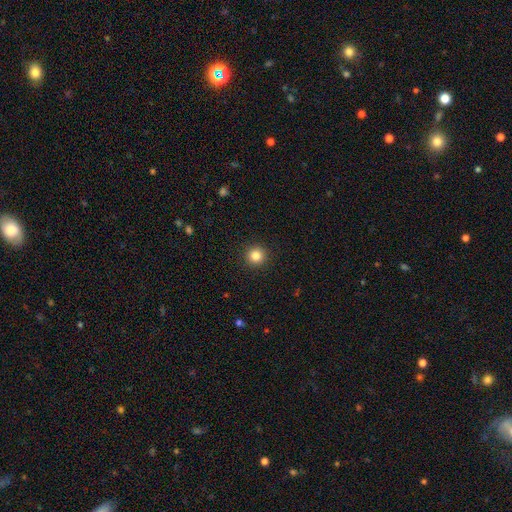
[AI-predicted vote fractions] Smooth or featured? smooth (84%)
How rounded? round (95%)
Merging? none (93%)